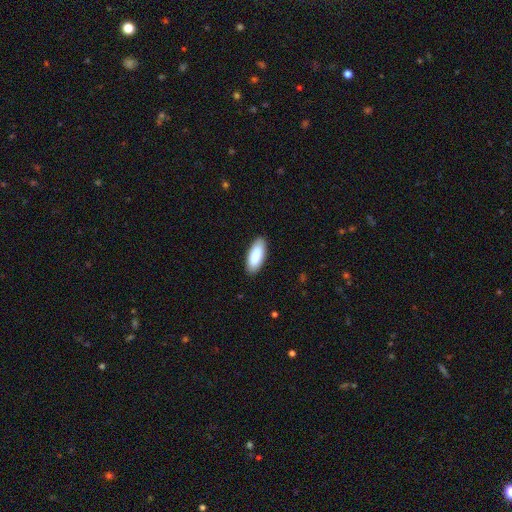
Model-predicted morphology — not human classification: Smooth or featured: smooth — 89% (featured or disk — 6%)
How rounded: in between — 85% (cigar-shaped — 14%)
Merging: none — 88% (minor disturbance — 9%)